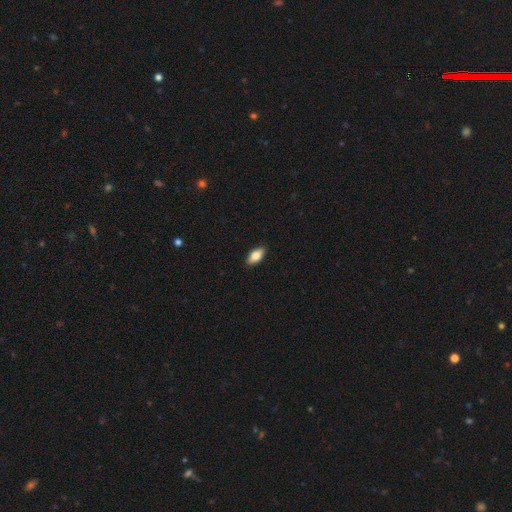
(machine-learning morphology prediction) This is clearly a smooth galaxy (81%). How rounded: clearly in between (89%). Merging: clearly none (89%).